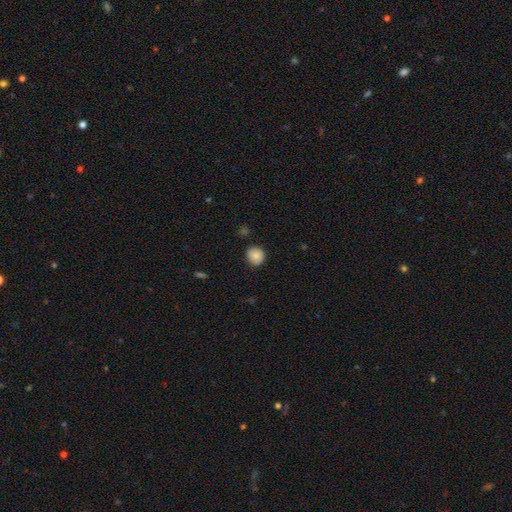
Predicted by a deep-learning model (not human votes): The model was most divided on "merging": none: 82%, minor disturbance: 14%, major disturbance: 2%, merger: 1%. More confident: how rounded — round (87%); smooth or featured — smooth (83%).